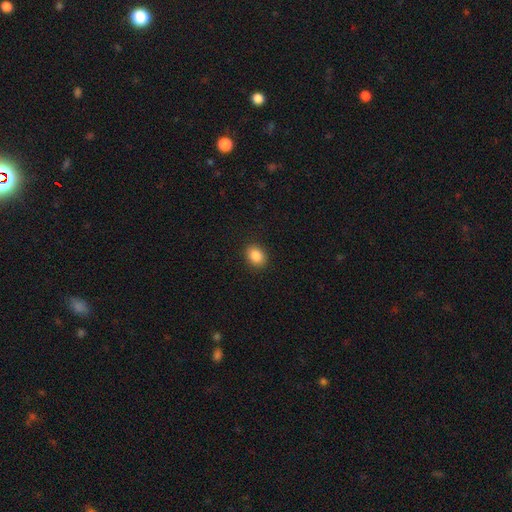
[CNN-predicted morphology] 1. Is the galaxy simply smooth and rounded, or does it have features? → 87% smooth, 9% star or artifact, 4% featured or disk.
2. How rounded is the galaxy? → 53% in between, 46% round, 1% cigar-shaped.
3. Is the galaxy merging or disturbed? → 90% none, 7% minor disturbance, 2% major disturbance, 1% merger.